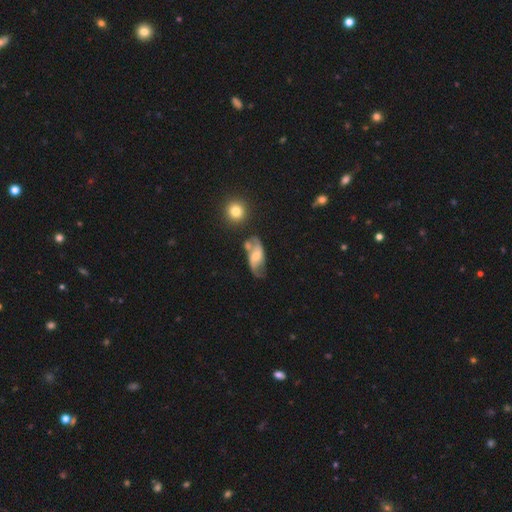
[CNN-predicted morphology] A featured or disk galaxy (67%) with a weak bar (43%), 2 (84%) loose (59%) spiral arms (84%) and a moderate central bulge (51%).

Vote fractions:
- Smooth or featured? featured or disk: 67% / smooth: 26% / star or artifact: 7%
- Edge-on disk? no: 92% / yes: 8%
- Bar? weak: 43% / no: 38% / strong: 19%
- Spiral arms? yes: 84% / no: 16%
- Spiral winding? loose: 59% / medium: 31% / tight: 10%
- Spiral arm count? 2: 84% / can't tell: 8% / 1: 4% / 3: 1% / 4: 1% / more than 4: 1%
- Bulge size? moderate: 51% / small: 38% / large: 6% / none: 4% / dominant: 1%
- Merging? none: 50% / minor disturbance: 22% / merger: 16% / major disturbance: 12%